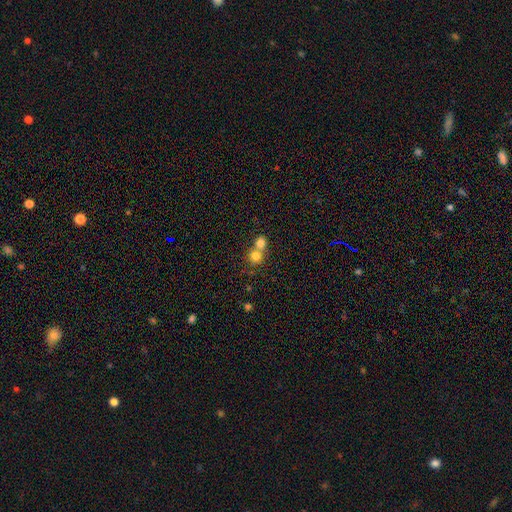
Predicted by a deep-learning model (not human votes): Smooth or featured: smooth — 78% (star or artifact — 12%)
How rounded: round — 88% (in between — 12%)
Merging: merger — 56% (none — 38%)